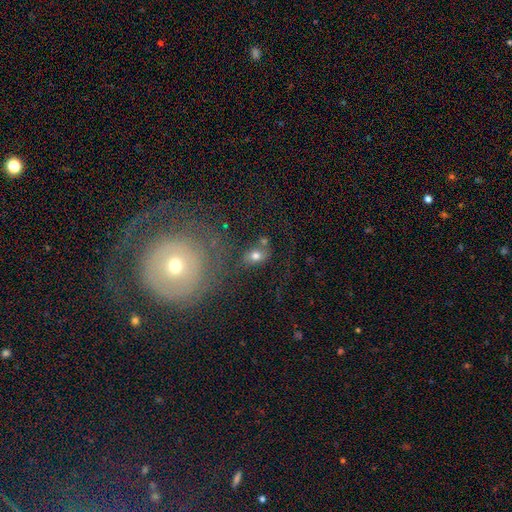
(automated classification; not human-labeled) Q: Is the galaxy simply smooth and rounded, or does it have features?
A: smooth — 71%.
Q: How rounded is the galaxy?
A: in between — 73%.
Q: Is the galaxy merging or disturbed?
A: none — 62%.